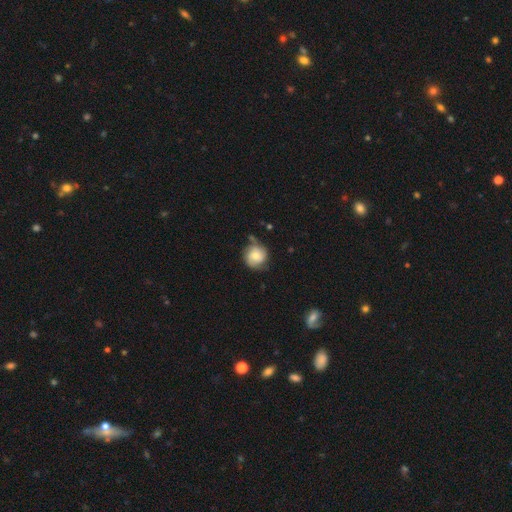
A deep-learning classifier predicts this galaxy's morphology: This is possibly a smooth galaxy (54%). How rounded: clearly round (86%). Merging: likely none (62%).